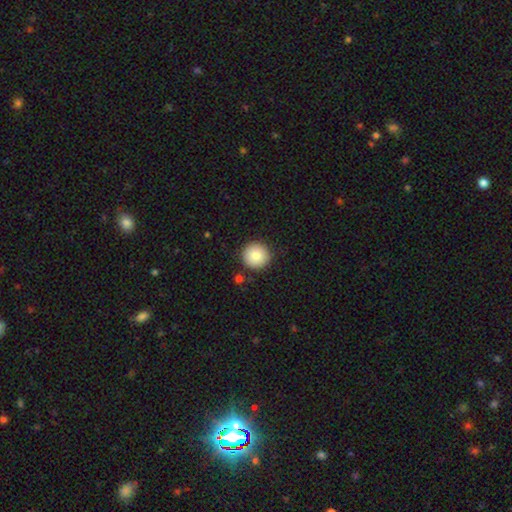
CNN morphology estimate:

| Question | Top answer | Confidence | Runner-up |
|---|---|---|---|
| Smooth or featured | smooth | 85% | star or artifact (8%) |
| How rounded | round | 95% | in between (4%) |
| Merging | none | 88% | minor disturbance (7%) |